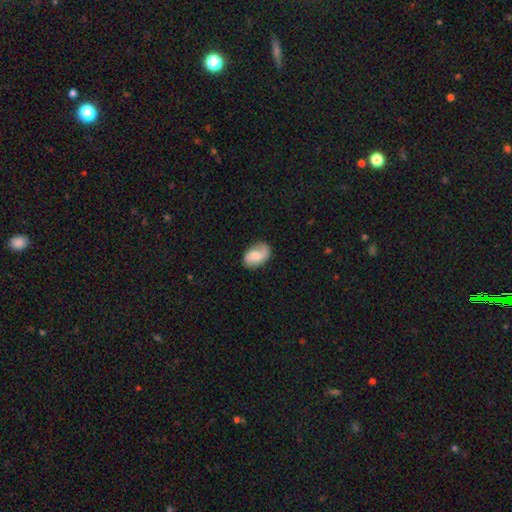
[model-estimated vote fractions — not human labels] Smooth or featured?
  - featured or disk: 52% *
  - smooth: 40%
  - star or artifact: 7%
Edge-on disk?
  - no: 97% *
  - yes: 3%
Bar?
  - no: 51% *
  - weak: 41%
  - strong: 8%
Spiral arms?
  - yes: 89% *
  - no: 11%
Bulge size?
  - moderate: 53% *
  - small: 27%
  - large: 11%
  - none: 8%
  - dominant: 2%
Merging?
  - none: 76% *
  - minor disturbance: 18%
  - major disturbance: 5%
  - merger: 1%